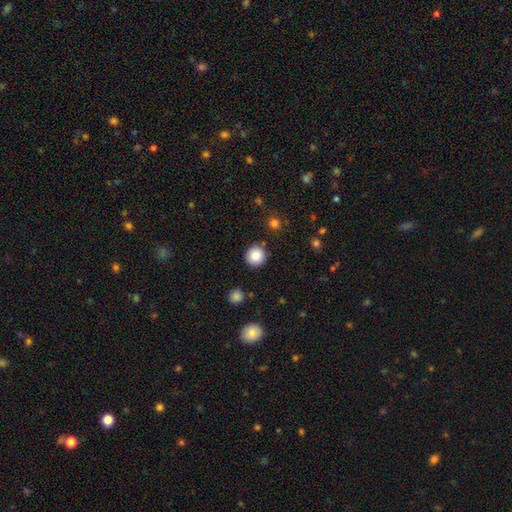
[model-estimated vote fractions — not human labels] Q: Smooth or featured?
A: smooth (86%); runner-up: star or artifact (9%)
Q: How rounded?
A: round (95%); runner-up: in between (4%)
Q: Merging?
A: none (90%); runner-up: minor disturbance (6%)